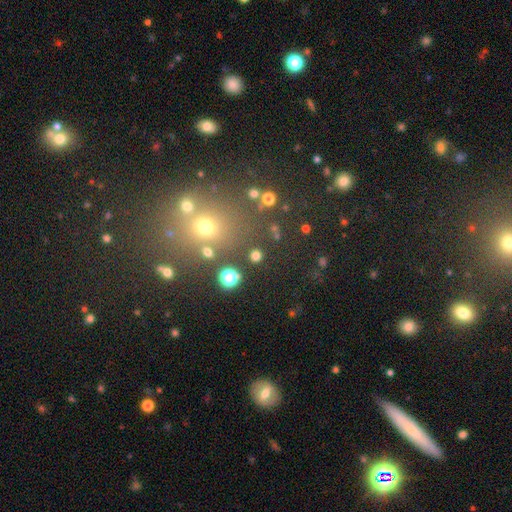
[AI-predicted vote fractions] A smooth galaxy with no disk features (72%) that is round (90%).

Vote fractions:
- Smooth or featured? smooth: 72% / star or artifact: 22% / featured or disk: 6%
- How rounded? round: 90% / in between: 9% / cigar-shaped: 1%
- Merging? none: 84% / minor disturbance: 6% / merger: 6% / major disturbance: 4%